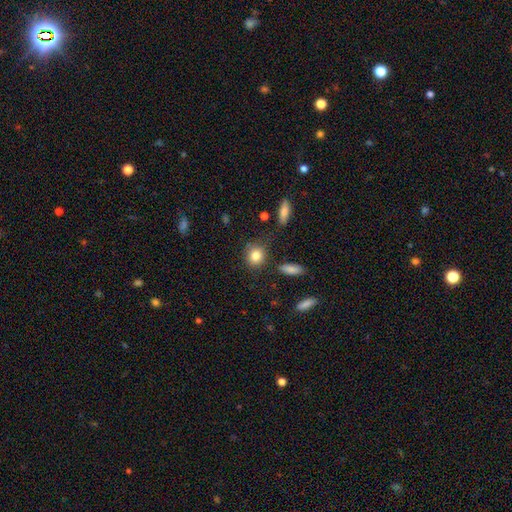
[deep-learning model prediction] Morphology: type=smooth (82%); roundness=round (75%); merging=none (77%).